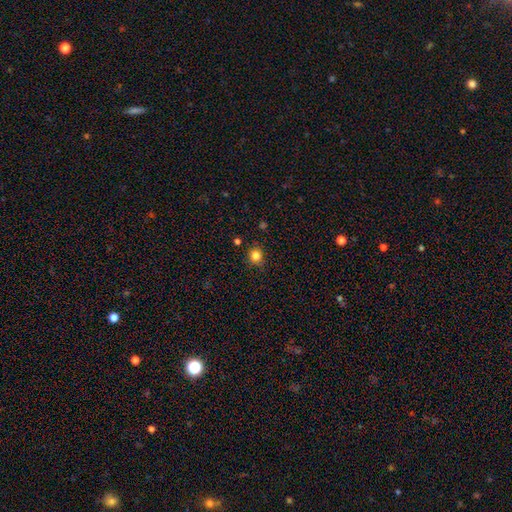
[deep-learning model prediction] This is clearly a smooth galaxy (83%). How rounded: clearly round (89%). Merging: clearly none (87%).